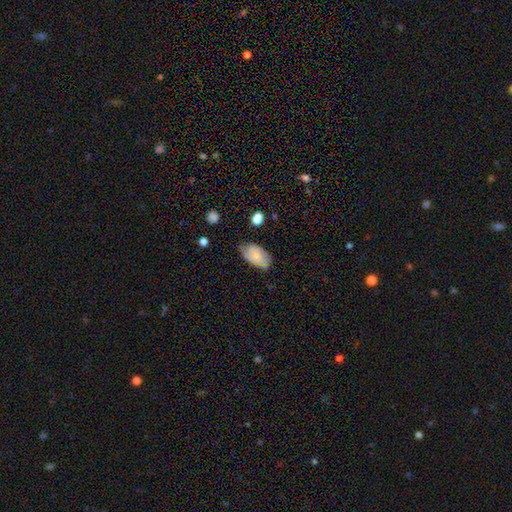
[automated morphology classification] type=smooth (48%); merging=none (65%).